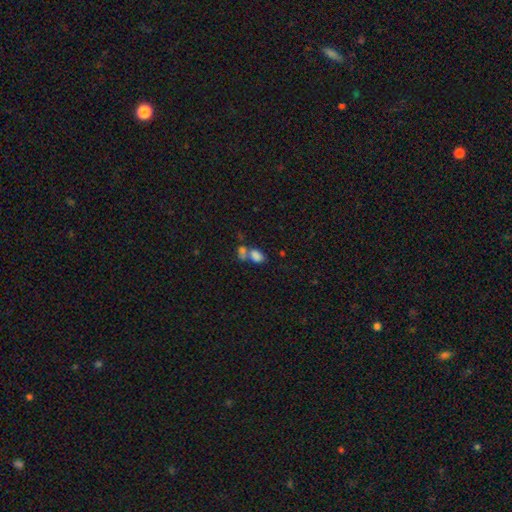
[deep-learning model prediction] Smooth or featured? smooth (78%)
How rounded? in between (85%)
Merging? merger (58%)